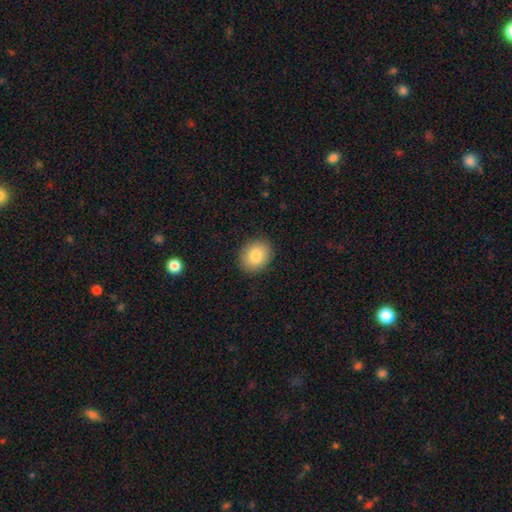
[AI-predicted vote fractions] This appears to be a smooth galaxy with no disk features (84%) that is round (52%). Merging: none (89%).